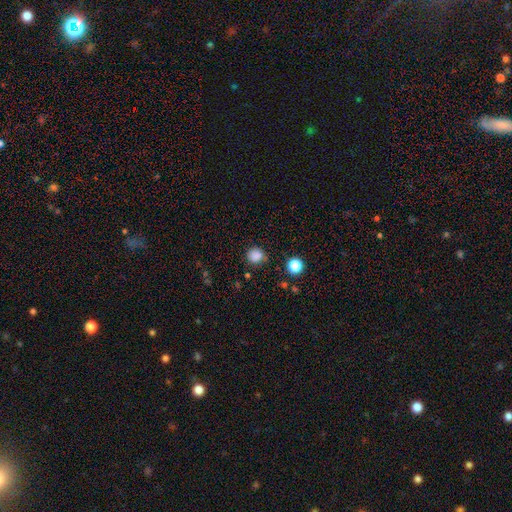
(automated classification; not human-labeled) This appears to be a smooth galaxy with no disk features (83%) that is round (87%). Merging: none (80%).